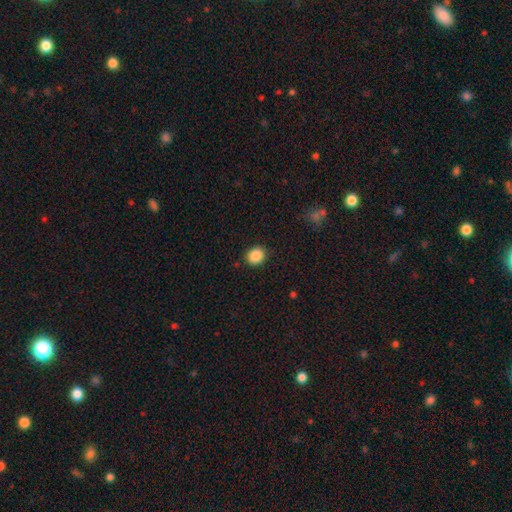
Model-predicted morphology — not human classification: smooth 87%, star or artifact 9%, featured or disk 4%. Down the decision tree: how rounded — round (74%); merging — none (90%).